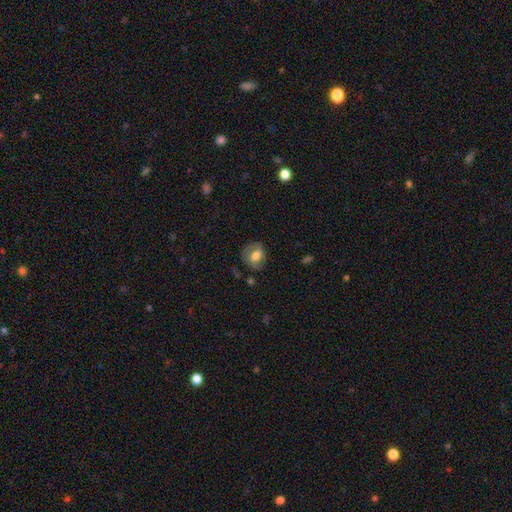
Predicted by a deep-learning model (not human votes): Overall: smooth (58%; featured or disk 33%). How rounded: round (54%; in between 45%). Merging: none (68%).